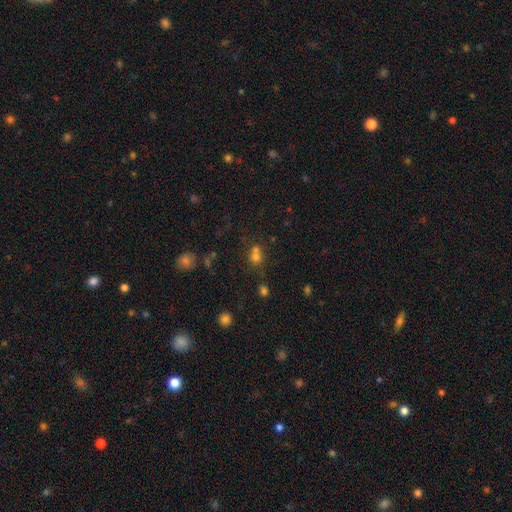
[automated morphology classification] smooth-or-featured: smooth: 65% | star or artifact: 24% | featured or disk: 11%
  how-rounded: round: 77% | in between: 22% | cigar-shaped: 1%
  merging: merger: 45% | none: 43% | minor disturbance: 8% | major disturbance: 4%